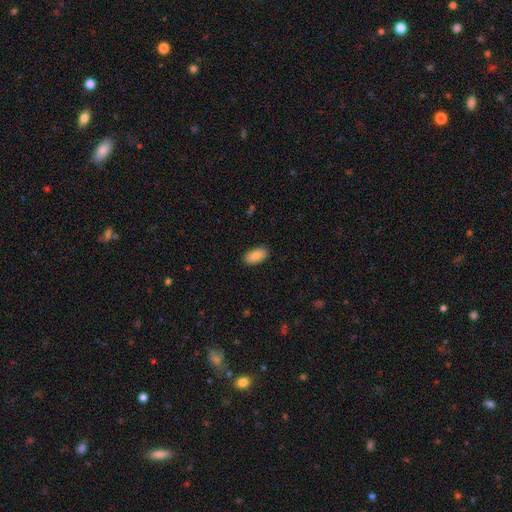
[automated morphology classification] A smooth galaxy with no disk features (87%) that is in between round and cigar-shaped (93%).

Vote fractions:
- Smooth or featured? smooth: 87% / star or artifact: 7% / featured or disk: 7%
- How rounded? in between: 93% / cigar-shaped: 4% / round: 3%
- Merging? none: 88% / minor disturbance: 9% / major disturbance: 2% / merger: 1%